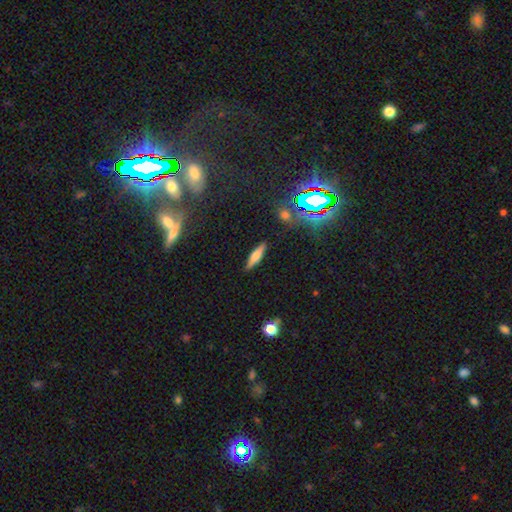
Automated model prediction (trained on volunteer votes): smooth_or_featured: smooth (p=0.59) [alt: featured or disk p=0.29]
how_rounded: cigar-shaped (p=0.76) [alt: in between p=0.21]
merging: none (p=0.88) [alt: minor disturbance p=0.09]